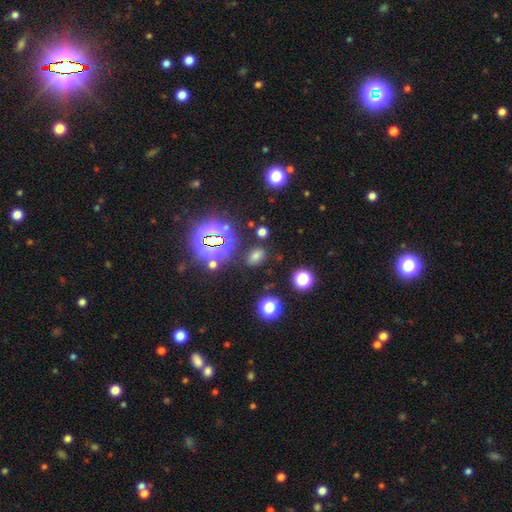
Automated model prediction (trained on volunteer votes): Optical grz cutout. It shows a smooth galaxy with no disk features (59%) that is in between round and cigar-shaped (75%). Merging: none (82%).